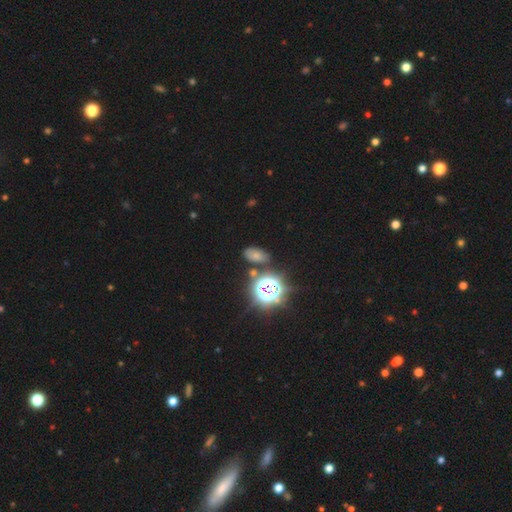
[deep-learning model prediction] Q: Smooth or featured?
A: smooth (49%); runner-up: star or artifact (38%)
Q: Merging?
A: none (75%); runner-up: minor disturbance (15%)